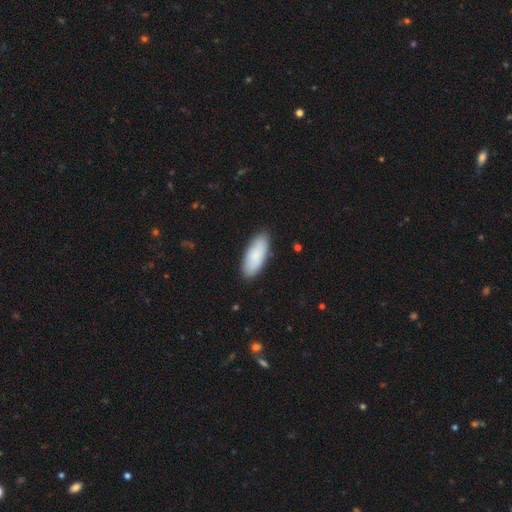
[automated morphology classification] Smooth or featured? Predicted: smooth (p=0.85). How rounded? Predicted: in between (p=0.78). Merging? Predicted: none (p=0.86).